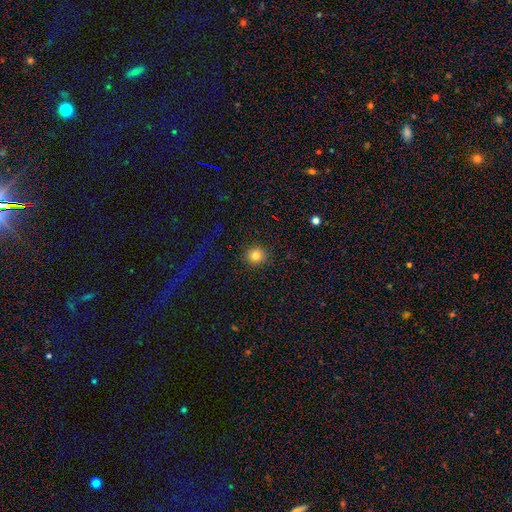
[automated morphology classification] type=smooth (81%); roundness=round (91%); merging=none (91%).